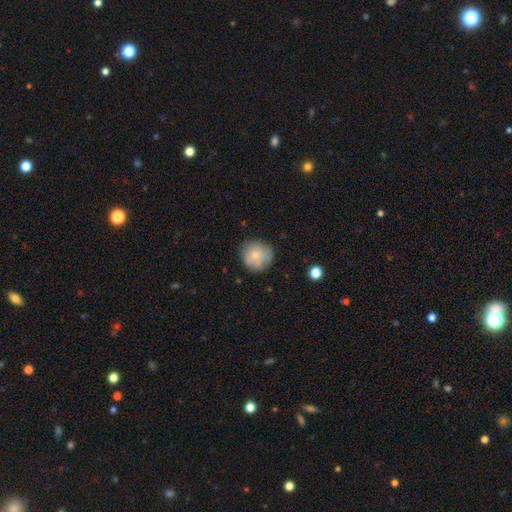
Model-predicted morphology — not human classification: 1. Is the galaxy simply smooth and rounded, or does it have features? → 69% smooth, 22% featured or disk, 9% star or artifact.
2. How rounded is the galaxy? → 91% round, 8% in between, 1% cigar-shaped.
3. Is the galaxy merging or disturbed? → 73% none, 16% minor disturbance, 6% merger, 4% major disturbance.